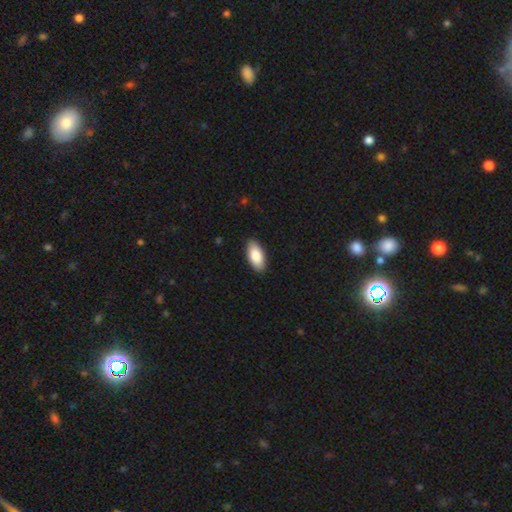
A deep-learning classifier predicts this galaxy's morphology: This is clearly a smooth galaxy (85%). How rounded: clearly in between (91%). Merging: clearly none (89%).